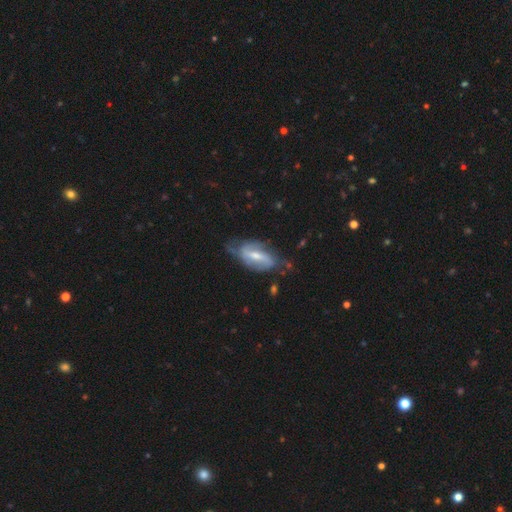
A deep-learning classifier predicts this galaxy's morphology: Overall: featured or disk (74%). Edge-on disk: no (92%). Bar: weak (45%; strong 38%). Spiral arms: yes (87%). Spiral arm count: 2 (73%). Spiral winding: medium (39%, tied with loose). Bulge size: moderate (52%; small 39%). Merging: none (54%; minor disturbance 30%).